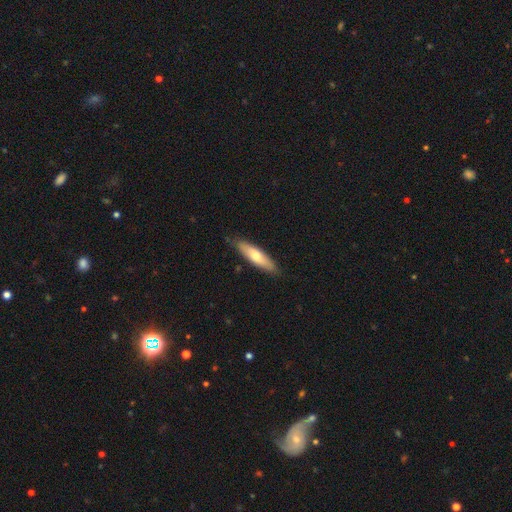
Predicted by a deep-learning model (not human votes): smooth_or_featured: smooth (p=0.63) [alt: featured or disk p=0.32]
how_rounded: cigar-shaped (p=0.65) [alt: in between p=0.34]
merging: none (p=0.84) [alt: minor disturbance p=0.13]